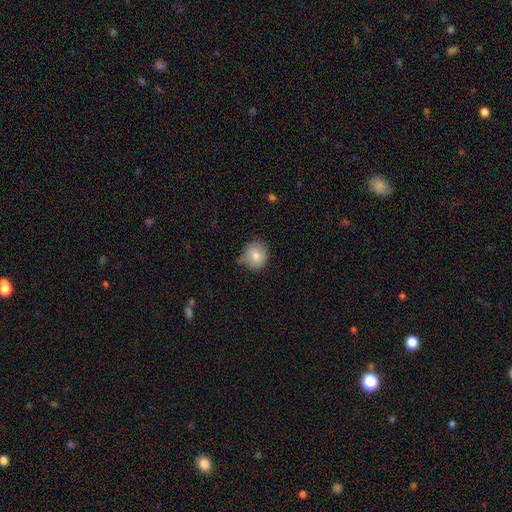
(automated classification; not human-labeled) A smooth galaxy with no disk features (81%) that is round (87%).

Vote fractions:
- Smooth or featured? smooth: 81% / featured or disk: 10% / star or artifact: 9%
- How rounded? round: 87% / in between: 12% / cigar-shaped: 1%
- Merging? none: 65% / minor disturbance: 27% / major disturbance: 5% / merger: 3%